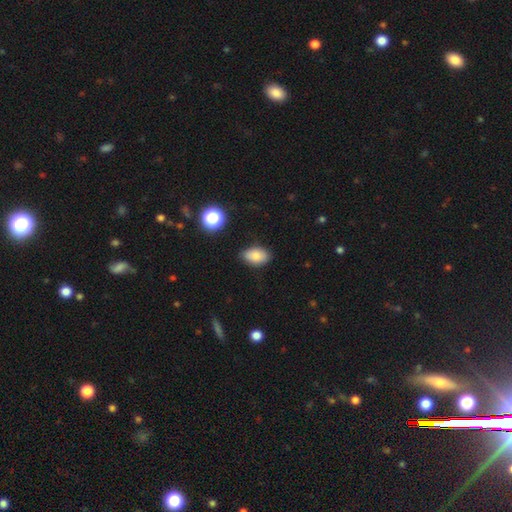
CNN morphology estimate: The model was most divided on "merging": none: 82%, minor disturbance: 14%, major disturbance: 3%, merger: 2%. More confident: how rounded — in between (90%); smooth or featured — smooth (83%).